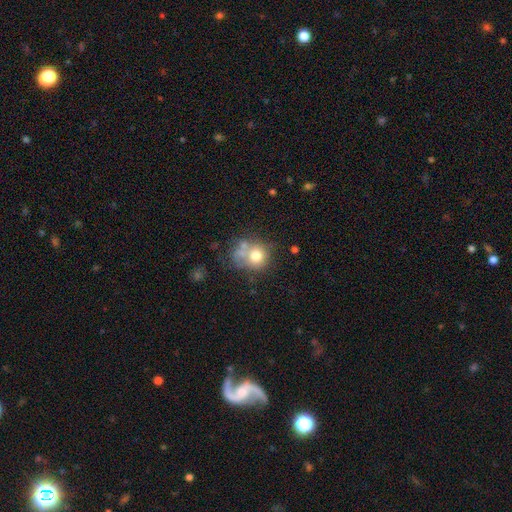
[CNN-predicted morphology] A smooth galaxy with no disk features (69%) that is round (73%). Merging: none (39%).